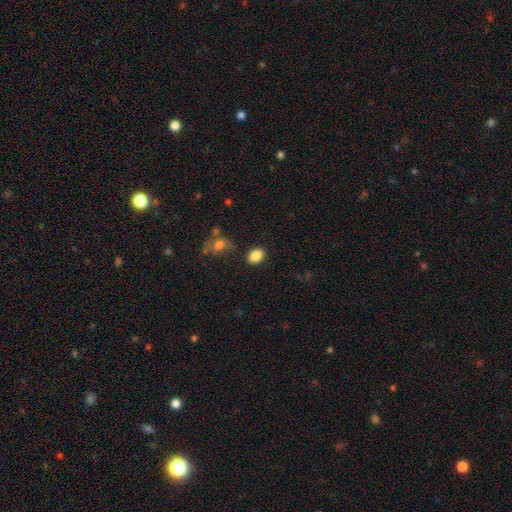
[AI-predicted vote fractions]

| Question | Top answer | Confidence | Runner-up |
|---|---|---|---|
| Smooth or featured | smooth | 86% | star or artifact (9%) |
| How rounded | in between | 68% | round (31%) |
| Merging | none | 84% | minor disturbance (10%) |